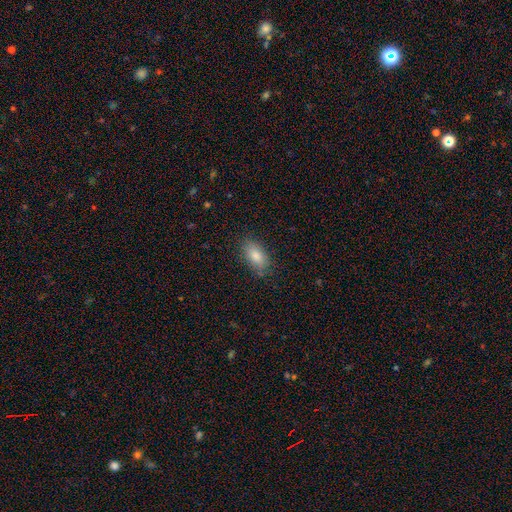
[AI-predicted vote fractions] Smooth or featured?
  - smooth: 82% *
  - featured or disk: 9%
  - star or artifact: 9%
How rounded?
  - in between: 89% *
  - round: 5%
  - cigar-shaped: 5%
Merging?
  - none: 84% *
  - minor disturbance: 12%
  - major disturbance: 3%
  - merger: 1%